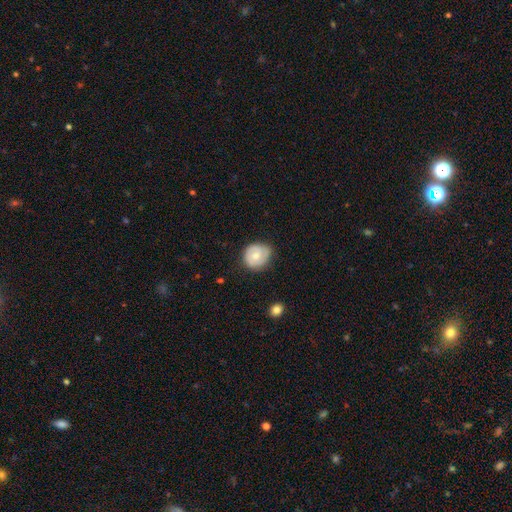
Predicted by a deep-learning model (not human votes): This is likely a smooth galaxy (64%). How rounded: likely round (78%). Merging: likely none (64%).